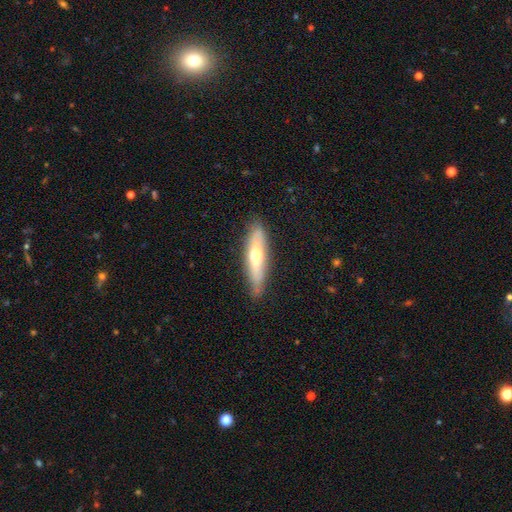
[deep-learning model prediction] A smooth galaxy with no disk features (50%) that is cigar-shaped (77%). Merging: none (80%).